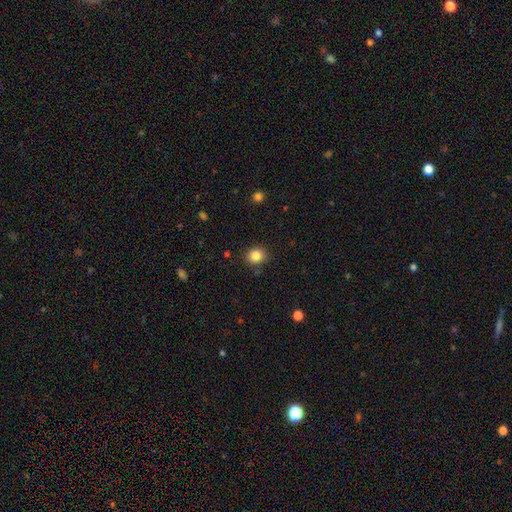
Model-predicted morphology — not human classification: Smooth or featured? smooth (84%)
How rounded? round (79%)
Merging? none (86%)